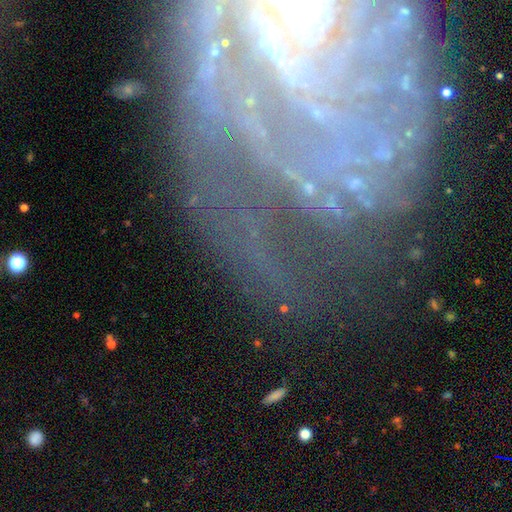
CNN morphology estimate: The model was most divided on "bar": no: 49%, weak: 28%, strong: 23%. More confident: edge-on disk — no (92%); spiral arms — yes (77%); smooth or featured — featured or disk (68%); merging — none (61%); bulge size — small (52%).